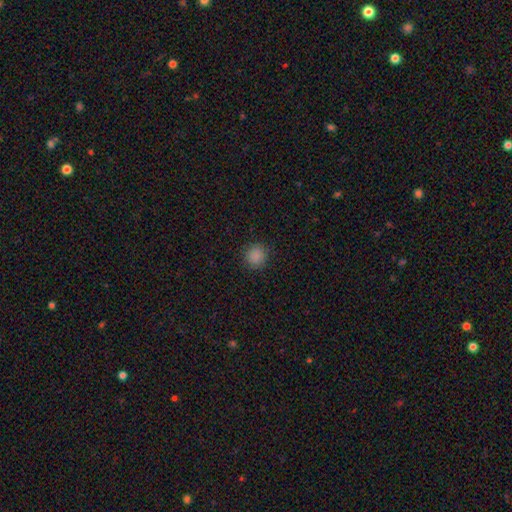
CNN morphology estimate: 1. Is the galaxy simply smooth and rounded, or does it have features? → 86% smooth, 11% star or artifact, 3% featured or disk.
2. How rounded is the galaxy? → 90% round, 9% in between, 1% cigar-shaped.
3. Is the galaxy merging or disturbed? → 90% none, 7% minor disturbance, 2% major disturbance, 1% merger.